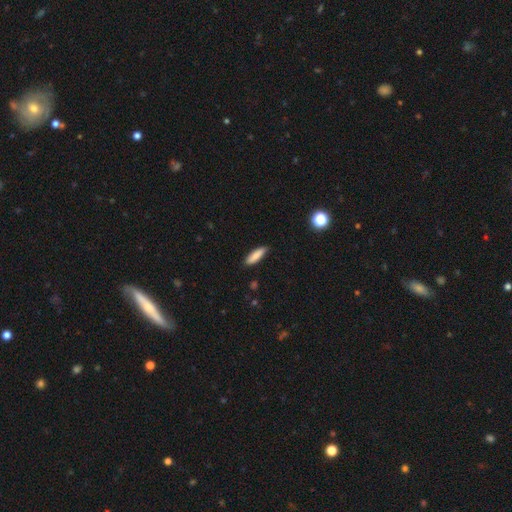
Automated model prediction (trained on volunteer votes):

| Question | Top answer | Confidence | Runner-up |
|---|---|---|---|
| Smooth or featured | smooth | 86% | featured or disk (8%) |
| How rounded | cigar-shaped | 66% | in between (32%) |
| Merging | none | 86% | minor disturbance (11%) |